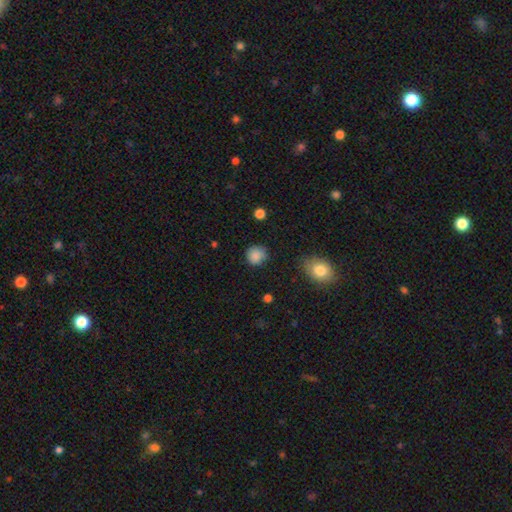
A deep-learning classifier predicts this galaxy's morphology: This is clearly a smooth galaxy (86%). How rounded: clearly round (89%). Merging: likely none (78%).